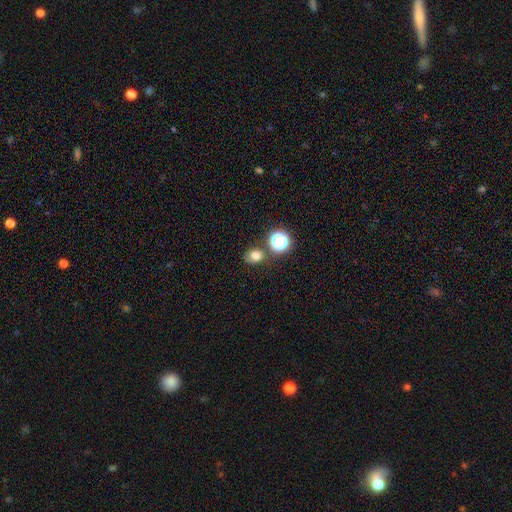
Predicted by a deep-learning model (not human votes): Overall: smooth (72%). How rounded: round (56%; in between 43%). Merging: none (68%).